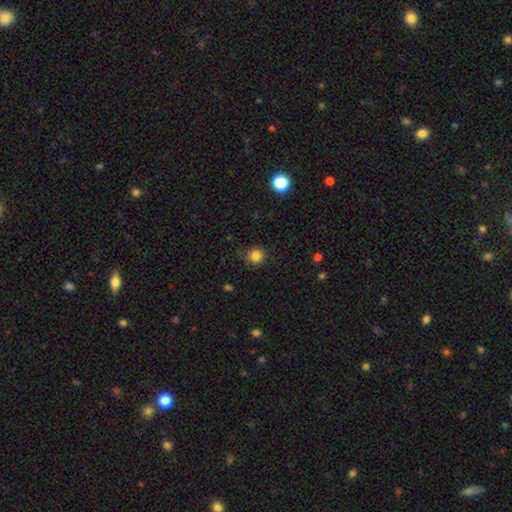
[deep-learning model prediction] smooth_or_featured: smooth (p=0.84) [alt: star or artifact p=0.12]
how_rounded: round (p=0.93) [alt: in between p=0.06]
merging: none (p=0.88) [alt: minor disturbance p=0.09]